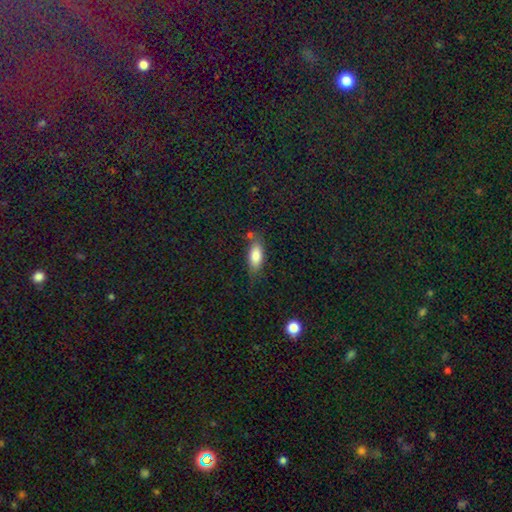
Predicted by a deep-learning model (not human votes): smooth 80%, featured or disk 12%, star or artifact 8%. Down the decision tree: how rounded — in between (83%); merging — none (68%).